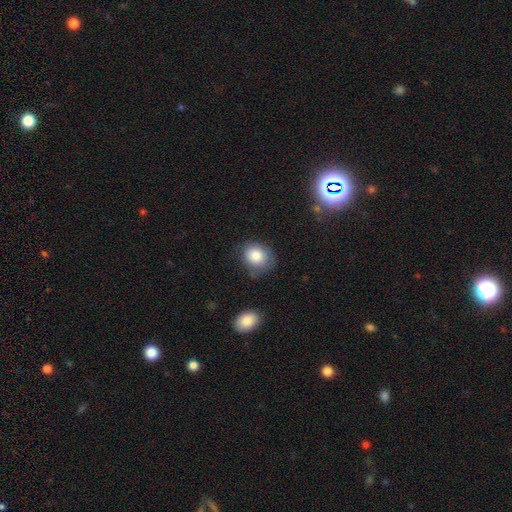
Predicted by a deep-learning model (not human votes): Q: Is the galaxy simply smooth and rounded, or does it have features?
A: smooth — 84%.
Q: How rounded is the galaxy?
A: round — 62%.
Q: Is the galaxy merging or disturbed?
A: none — 63%.